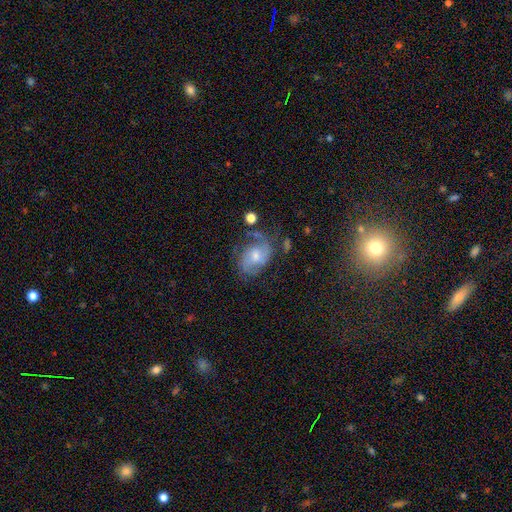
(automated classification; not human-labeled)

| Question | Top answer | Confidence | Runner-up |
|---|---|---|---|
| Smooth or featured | featured or disk | 76% | smooth (13%) |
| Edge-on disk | no | 97% | yes (3%) |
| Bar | no | 55% | weak (38%) |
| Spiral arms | yes | 93% | no (7%) |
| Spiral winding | medium | 48% | tight (31%) |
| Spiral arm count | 2 | 65% | can't tell (16%) |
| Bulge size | moderate | 54% | small (38%) |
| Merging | none | 61% | minor disturbance (22%) |